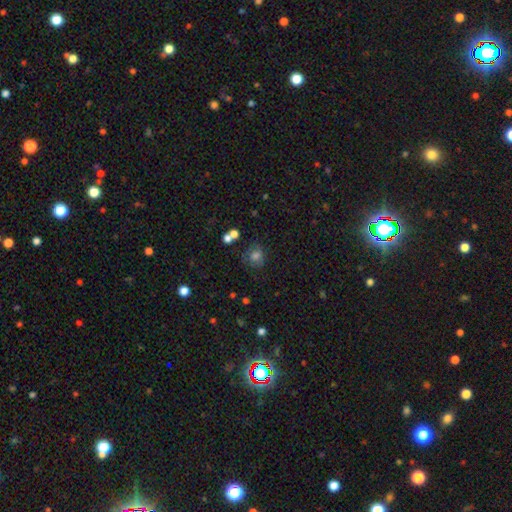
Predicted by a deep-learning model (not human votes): A smooth galaxy with no disk features (68%) that is round (75%).

Vote fractions:
- Smooth or featured? smooth: 68% / star or artifact: 18% / featured or disk: 14%
- How rounded? round: 75% / in between: 24% / cigar-shaped: 1%
- Merging? none: 68% / minor disturbance: 18% / major disturbance: 8% / merger: 6%